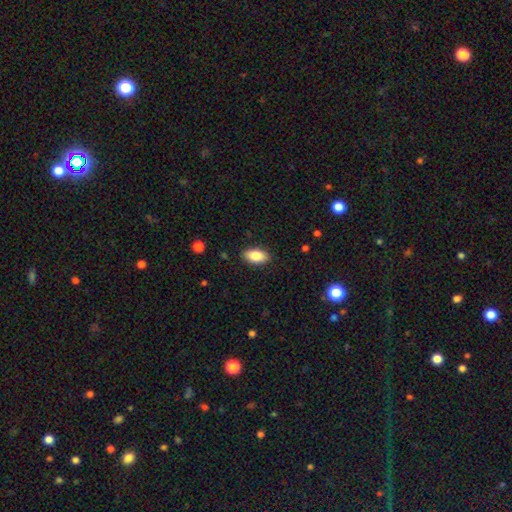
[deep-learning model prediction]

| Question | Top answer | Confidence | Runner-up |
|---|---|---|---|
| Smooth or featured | smooth | 86% | featured or disk (7%) |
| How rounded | in between | 93% | cigar-shaped (5%) |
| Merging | none | 88% | minor disturbance (9%) |